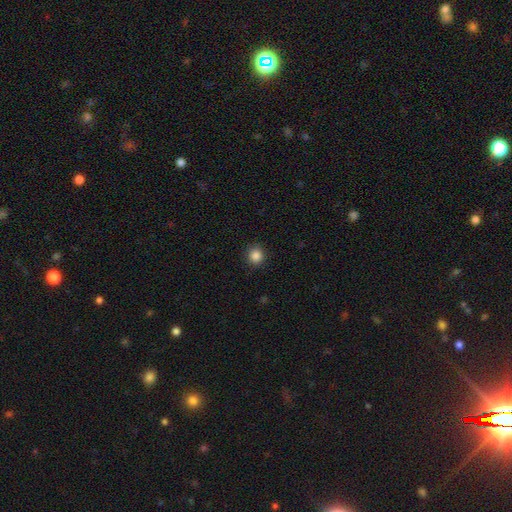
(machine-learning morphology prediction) A smooth galaxy with no disk features (86%) that is round (90%). Merging: none (91%).